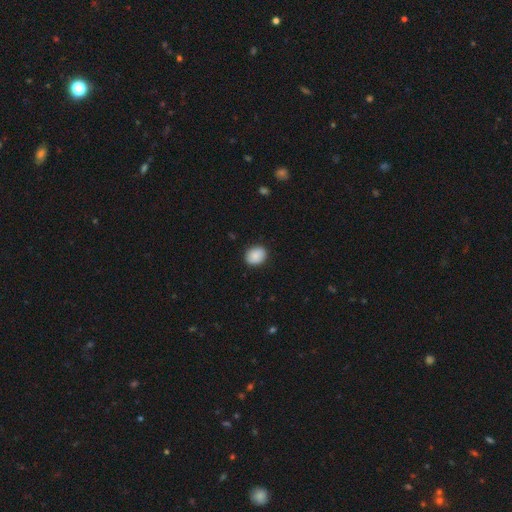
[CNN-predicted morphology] This is clearly a smooth galaxy (89%). How rounded: possibly in between (50%). Merging: clearly none (87%).